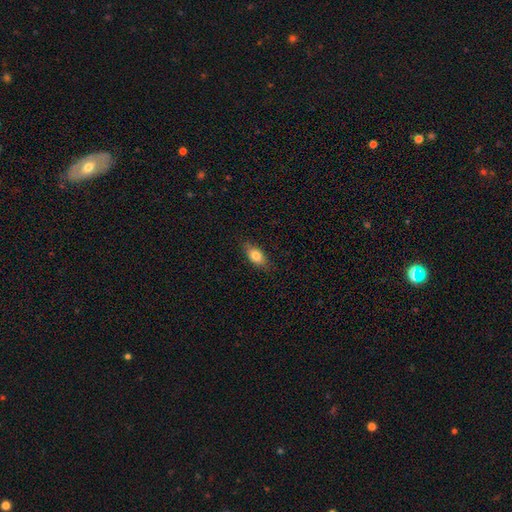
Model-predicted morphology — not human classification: Smooth or featured: smooth — 80% (featured or disk — 12%)
How rounded: in between — 85% (cigar-shaped — 8%)
Merging: none — 83% (minor disturbance — 13%)